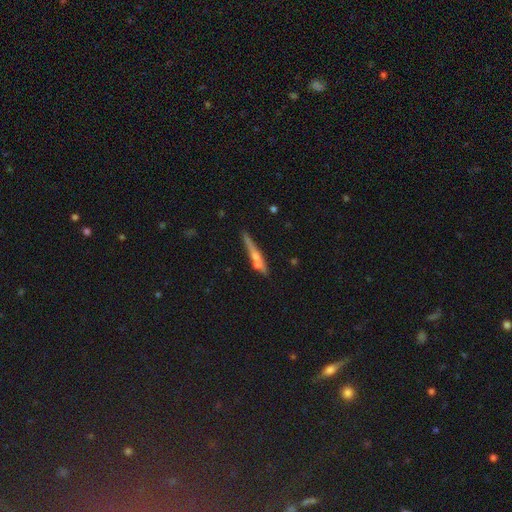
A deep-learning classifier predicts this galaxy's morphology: The model was most divided on "smooth or featured": featured or disk: 53%, smooth: 39%, star or artifact: 8%. More confident: edge-on disk — yes (92%); merging — none (69%).